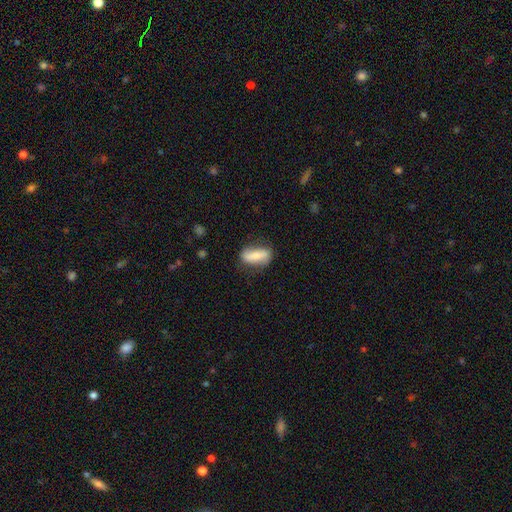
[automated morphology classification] This appears to be a smooth galaxy with no disk features (57%) that is in between round and cigar-shaped (68%). Merging: none (75%).